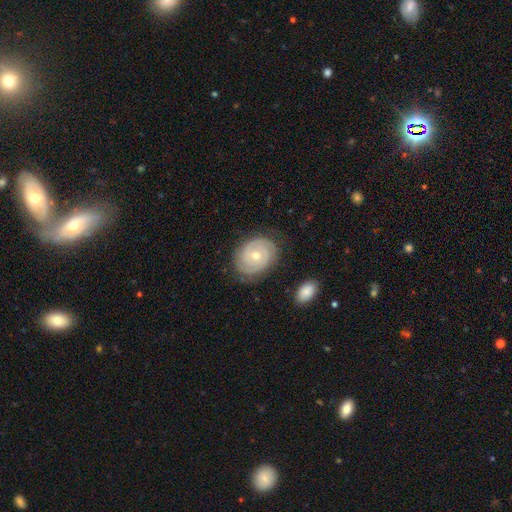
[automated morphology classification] This is clearly a featured or disk galaxy (81%). It is clearly not viewed edge-on (97%). Bar: likely no (76%). Spiral arm pattern: clearly yes (92%). Spiral arm count: likely 2 (61%). Spiral winding: likely tight (78%). Central bulge: possibly moderate (49%). Merging: clearly none (81%).